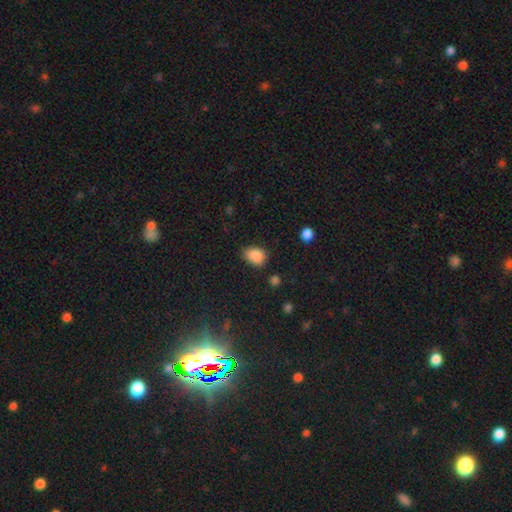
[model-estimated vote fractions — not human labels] smooth_or_featured: smooth (p=0.86) [alt: star or artifact p=0.10]
how_rounded: in between (p=0.72) [alt: round p=0.27]
merging: none (p=0.65) [alt: minor disturbance p=0.26]